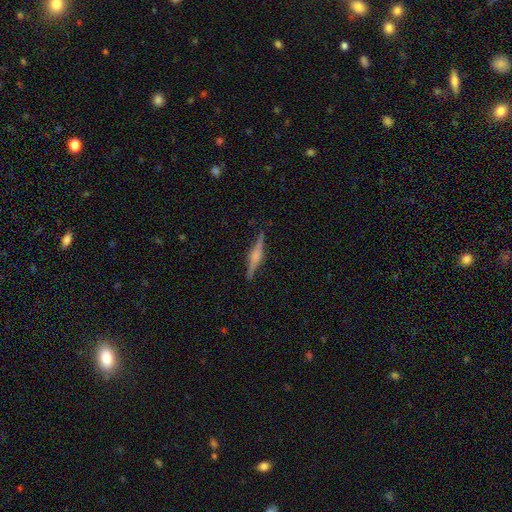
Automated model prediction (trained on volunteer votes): Smooth or featured: featured or disk — 77% (smooth — 16%)
Edge-on disk: yes — 98% (no — 2%)
Edge-on bulge: rounded — 75% (boxy — 20%)
Merging: none — 89% (minor disturbance — 8%)